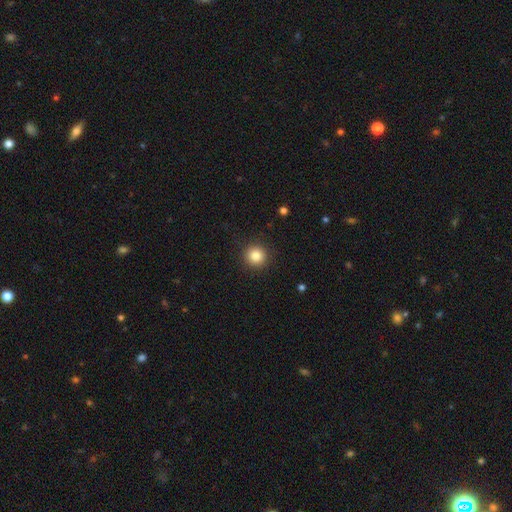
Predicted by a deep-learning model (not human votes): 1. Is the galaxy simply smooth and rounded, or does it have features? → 84% smooth, 11% star or artifact, 6% featured or disk.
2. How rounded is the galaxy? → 94% round, 5% in between, 1% cigar-shaped.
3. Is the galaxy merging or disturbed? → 91% none, 6% minor disturbance, 2% major disturbance, 1% merger.